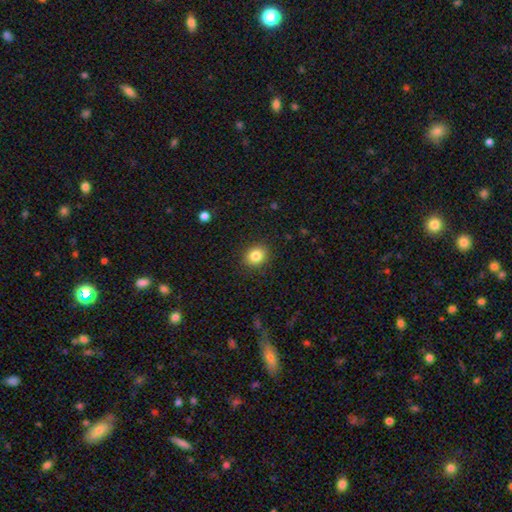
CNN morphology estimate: This is clearly a smooth galaxy (84%). How rounded: likely round (64%). Merging: clearly none (89%).